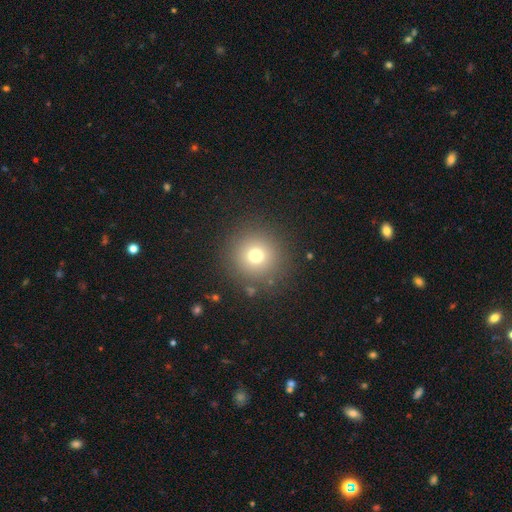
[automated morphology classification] Overall: smooth (73%). How rounded: round (96%). Merging: none (88%).